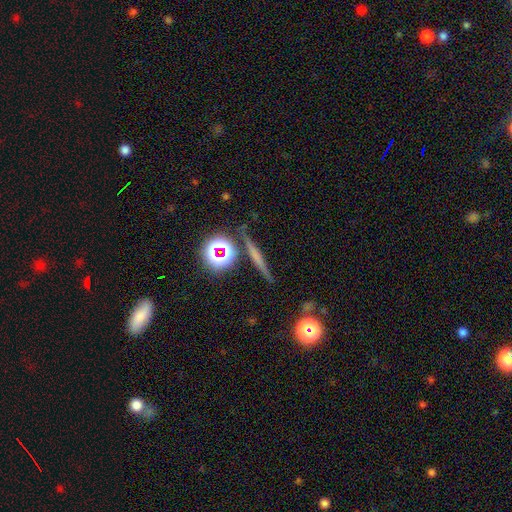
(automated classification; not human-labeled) smooth 44%, featured or disk 35%, star or artifact 20%. Down the decision tree: merging — none (83%).